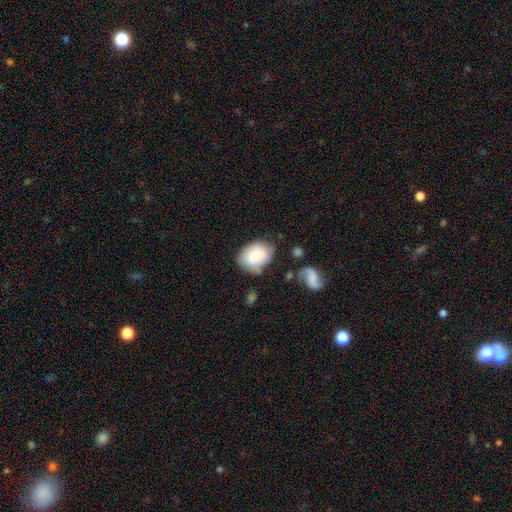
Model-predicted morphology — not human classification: smooth-or-featured: smooth: 67% | featured or disk: 25% | star or artifact: 7%
  how-rounded: in between: 65% | round: 34% | cigar-shaped: 1%
  merging: none: 60% | minor disturbance: 26% | major disturbance: 8% | merger: 6%